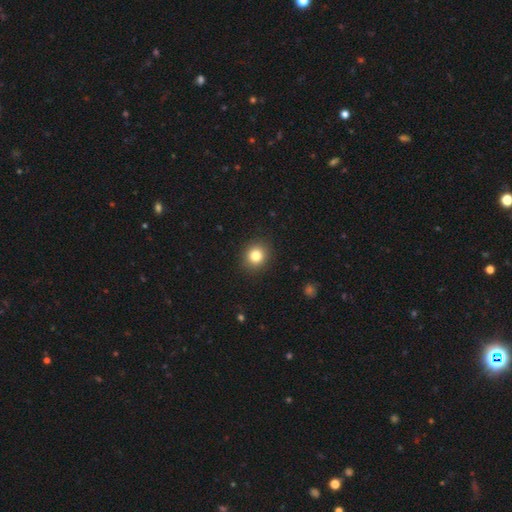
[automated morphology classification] Q: Smooth or featured?
A: smooth (83%); runner-up: star or artifact (11%)
Q: How rounded?
A: round (82%); runner-up: in between (17%)
Q: Merging?
A: none (91%); runner-up: minor disturbance (6%)